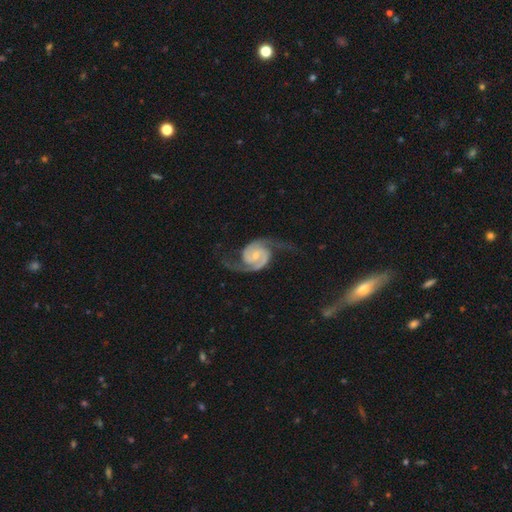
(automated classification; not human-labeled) This is clearly a featured or disk galaxy (93%). It is clearly not viewed edge-on (98%). Bar: possibly no (58%). Spiral arm pattern: clearly yes (98%). Spiral arm count: clearly 2 (94%). Spiral winding: possibly medium (52%). Central bulge: possibly small (57%). Merging: likely none (72%).